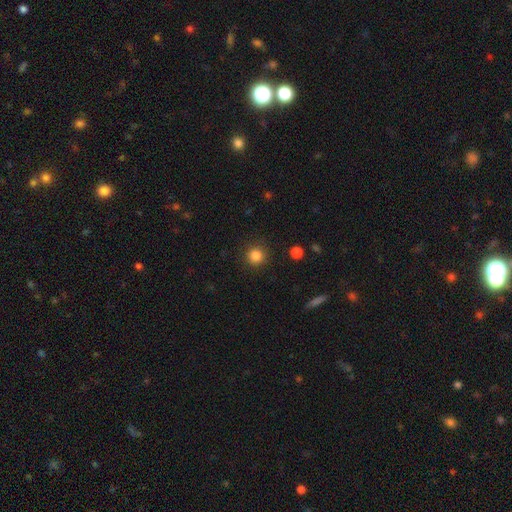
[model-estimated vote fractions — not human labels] A smooth galaxy with no disk features (84%) that is round (94%).

Vote fractions:
- Smooth or featured? smooth: 84% / star or artifact: 12% / featured or disk: 4%
- How rounded? round: 94% / in between: 5% / cigar-shaped: 1%
- Merging? none: 91% / minor disturbance: 6% / major disturbance: 2% / merger: 1%